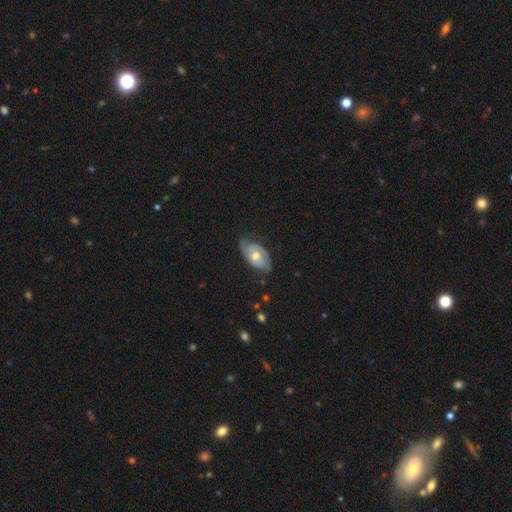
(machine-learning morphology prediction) type=featured or disk (64%); edge-on=no (93%); bar=no (77%); spiral arms=yes (80%); bulge=moderate (74%); merging=none (60%).